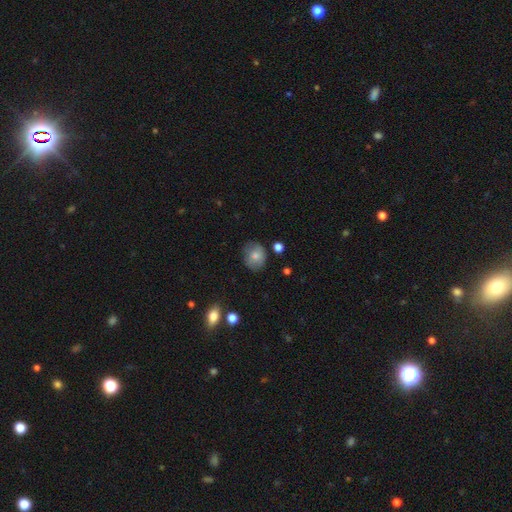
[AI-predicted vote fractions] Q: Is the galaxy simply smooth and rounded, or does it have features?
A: smooth — 76%.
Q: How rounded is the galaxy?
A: round — 65%.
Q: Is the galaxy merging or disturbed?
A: none — 73%.